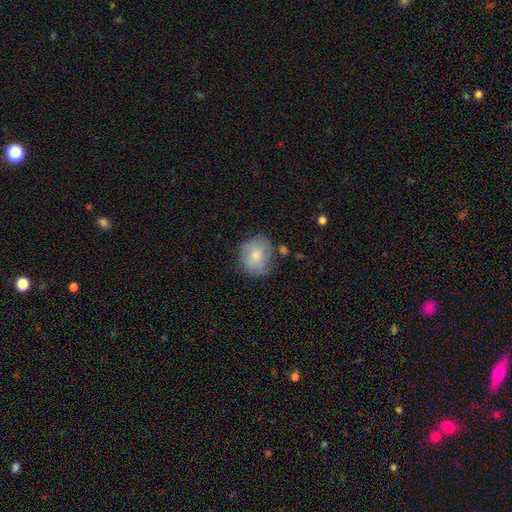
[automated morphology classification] Overall: smooth (53%; featured or disk 39%). How rounded: round (73%). Merging: none (62%; minor disturbance 25%).